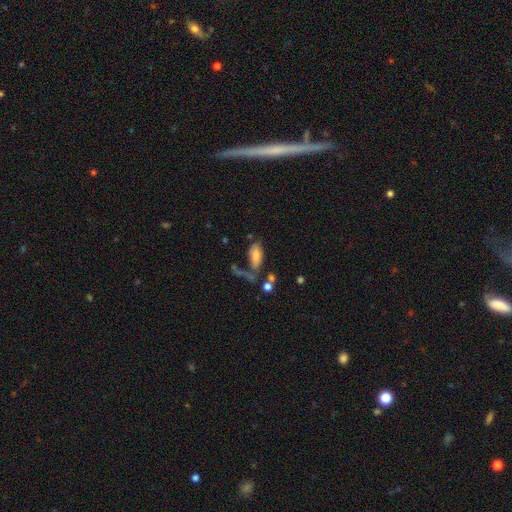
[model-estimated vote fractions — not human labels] Smooth or featured? smooth (73%)
How rounded? in between (85%)
Merging? none (45%)